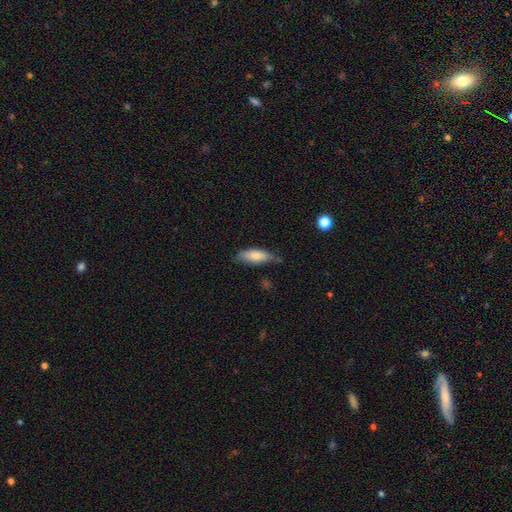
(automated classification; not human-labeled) smooth-or-featured: smooth: 80% | featured or disk: 14% | star or artifact: 6%
  how-rounded: in between: 62% | cigar-shaped: 36% | round: 2%
  merging: none: 62% | minor disturbance: 29% | major disturbance: 6% | merger: 3%